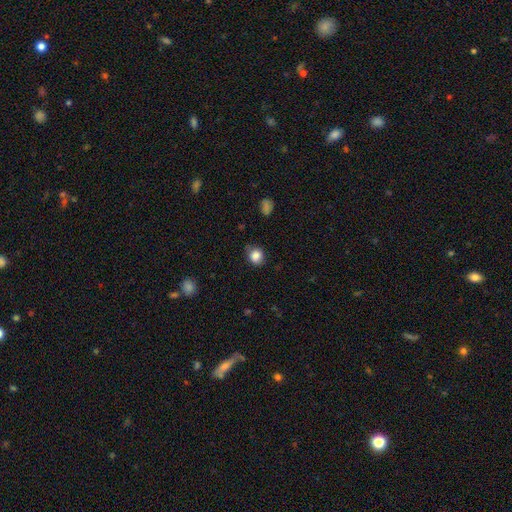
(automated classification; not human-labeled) Smooth or featured? smooth (85%)
How rounded? round (74%)
Merging? none (78%)